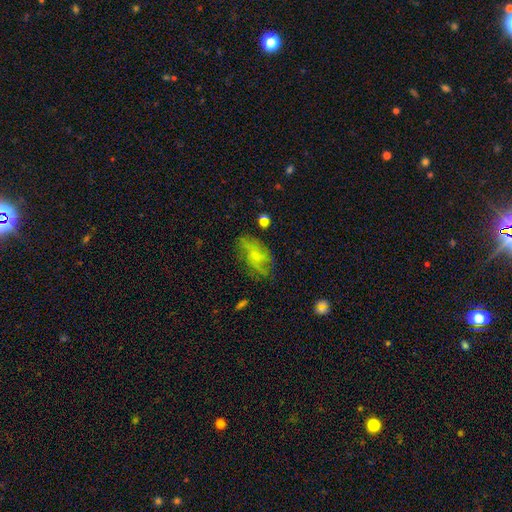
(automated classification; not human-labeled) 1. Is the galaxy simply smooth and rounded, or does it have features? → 50% featured or disk, 39% smooth, 11% star or artifact.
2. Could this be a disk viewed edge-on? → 94% no, 6% yes.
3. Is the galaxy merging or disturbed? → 54% none, 26% minor disturbance, 18% major disturbance, 3% merger.